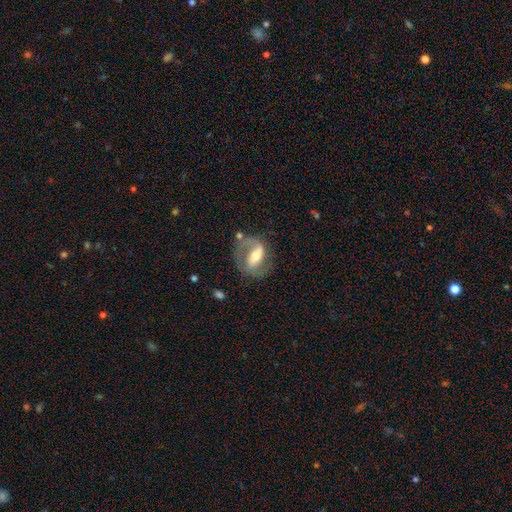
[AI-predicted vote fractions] This is likely a featured or disk galaxy (75%). It is clearly not viewed edge-on (94%). Bar: possibly strong (53%). Spiral arm pattern: likely yes (79%). Spiral arm count: likely 2 (72%). Spiral winding: possibly medium (46%). Central bulge: likely moderate (62%). Merging: likely none (63%).